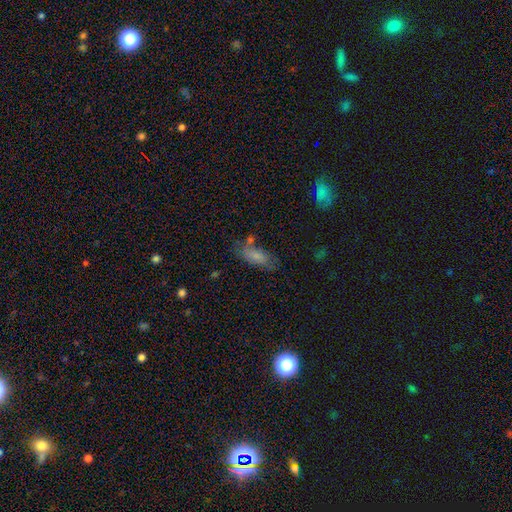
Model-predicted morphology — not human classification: Smooth or featured? smooth (75%)
How rounded? in between (79%)
Merging? none (60%)